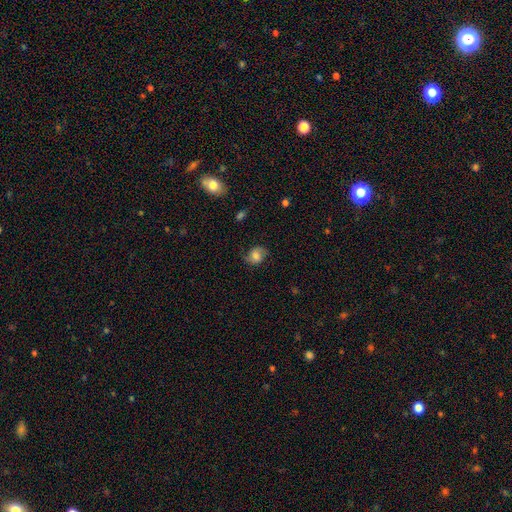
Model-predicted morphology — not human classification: The model was most divided on "how rounded": round: 50%, in between: 49%, cigar-shaped: 1%. More confident: merging — none (69%); smooth or featured — smooth (61%).